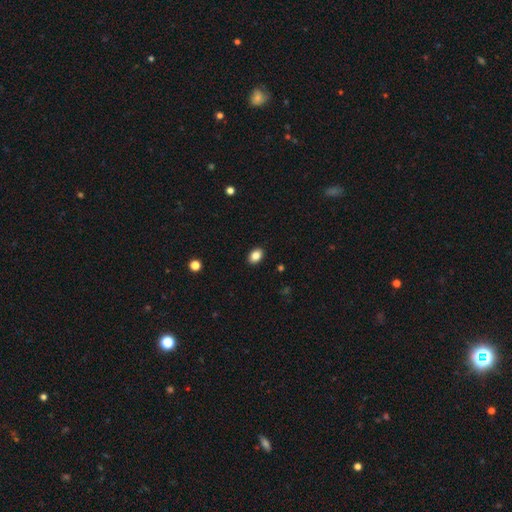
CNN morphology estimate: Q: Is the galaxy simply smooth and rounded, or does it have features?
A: smooth — 86%.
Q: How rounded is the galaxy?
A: in between — 76%.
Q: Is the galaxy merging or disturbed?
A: none — 90%.